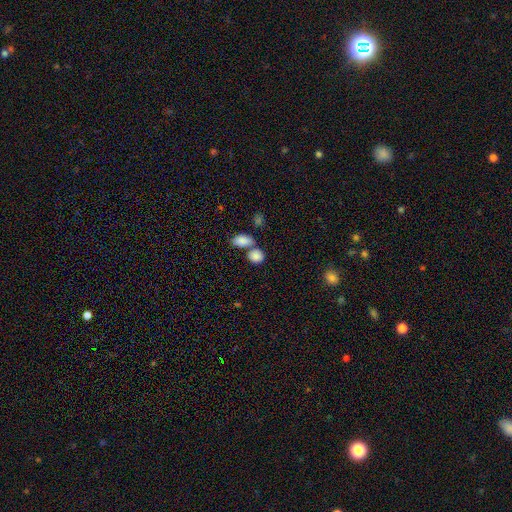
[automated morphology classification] type=smooth (86%); roundness=round (54%); merging=none (49%).